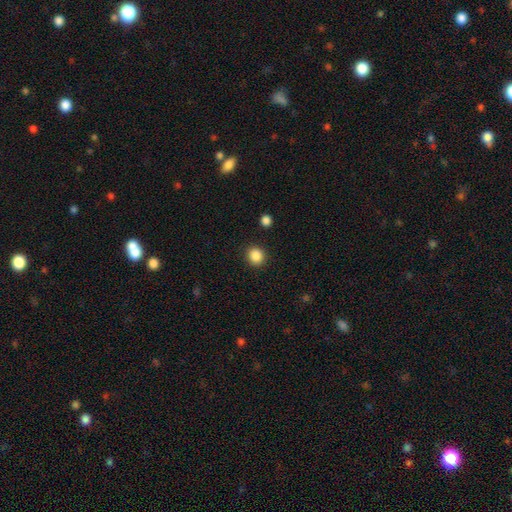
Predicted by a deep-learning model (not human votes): smooth_or_featured: smooth (p=0.87) [alt: star or artifact p=0.10]
how_rounded: round (p=0.85) [alt: in between p=0.14]
merging: none (p=0.90) [alt: minor disturbance p=0.06]